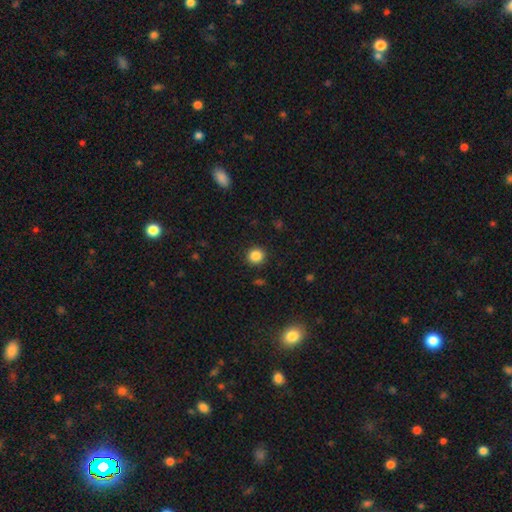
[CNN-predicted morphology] A smooth galaxy with no disk features (86%) that is round (91%). Merging: none (91%).